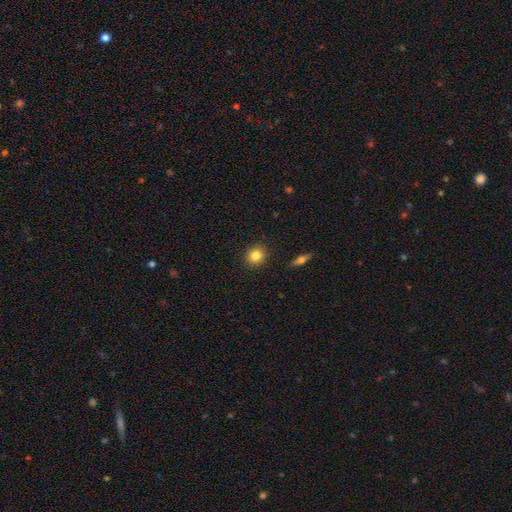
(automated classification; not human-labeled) Morphology: type=smooth (83%); roundness=round (84%); merging=none (91%).